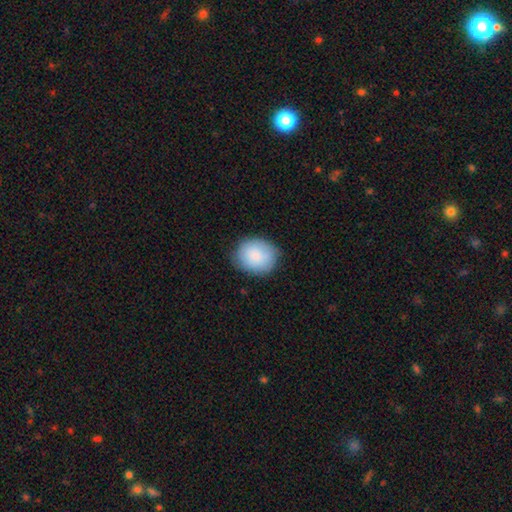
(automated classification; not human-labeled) Overall: smooth (85%). How rounded: round (64%; in between 35%). Merging: none (79%).